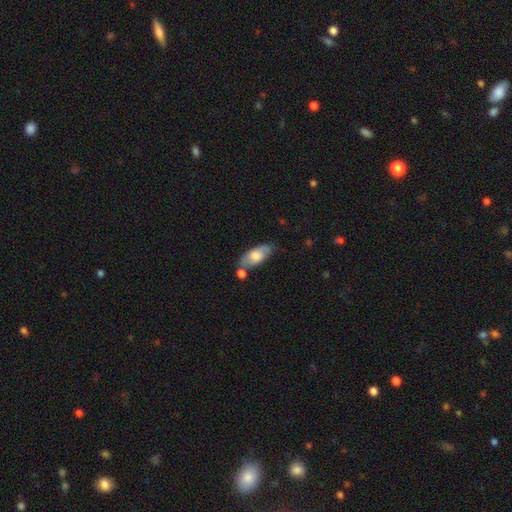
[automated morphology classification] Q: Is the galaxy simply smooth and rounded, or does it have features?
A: smooth — 67%.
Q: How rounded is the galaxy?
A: in between — 85%.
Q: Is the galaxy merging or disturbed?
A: none — 60%.